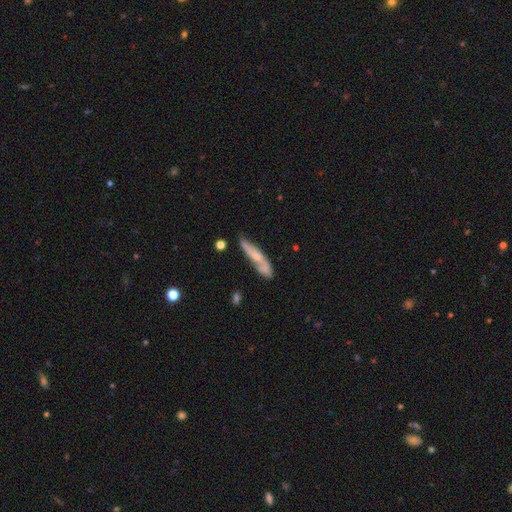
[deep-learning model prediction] Overall: featured or disk (53%; smooth 41%). Edge-on disk: no (59%; yes 41%). Merging: none (60%; minor disturbance 26%).